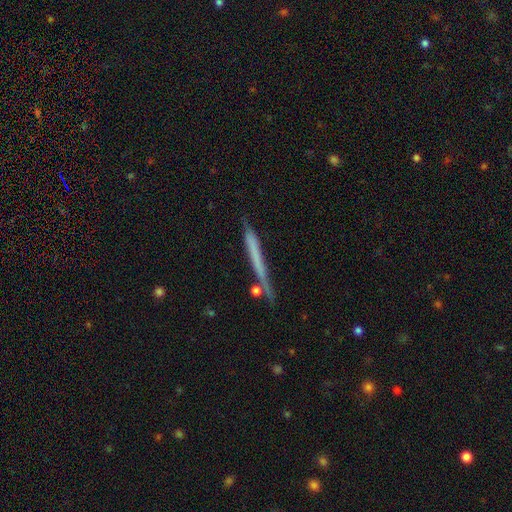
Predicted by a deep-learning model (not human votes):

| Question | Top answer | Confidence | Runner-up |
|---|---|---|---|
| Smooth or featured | smooth | 51% | featured or disk (42%) |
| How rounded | cigar-shaped | 97% | in between (2%) |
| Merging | none | 77% | minor disturbance (15%) |